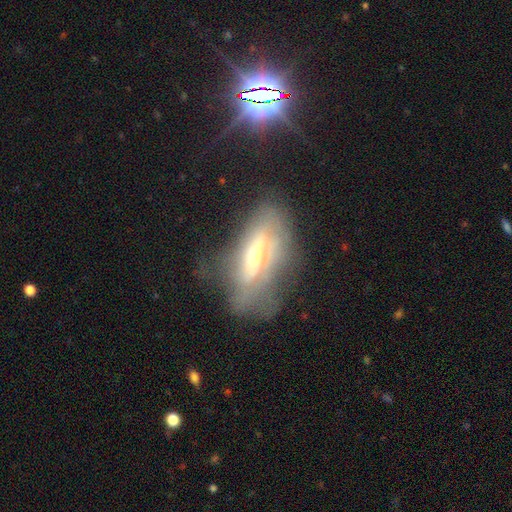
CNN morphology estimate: A featured or disk galaxy (59%). Merging: none (39%).